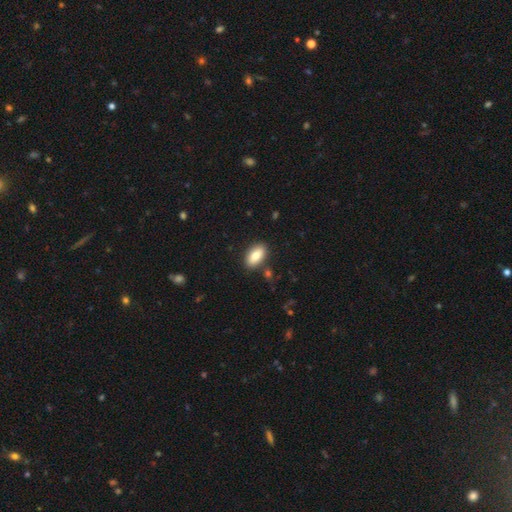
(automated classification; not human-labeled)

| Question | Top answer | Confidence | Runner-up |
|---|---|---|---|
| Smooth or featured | smooth | 82% | featured or disk (11%) |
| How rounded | in between | 91% | cigar-shaped (5%) |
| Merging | none | 86% | minor disturbance (9%) |